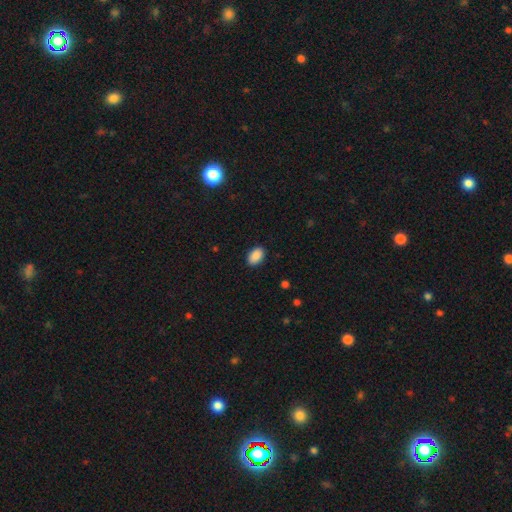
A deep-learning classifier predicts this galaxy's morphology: Smooth or featured? Predicted: smooth (p=0.90). How rounded? Predicted: in between (p=0.89). Merging? Predicted: none (p=0.89).